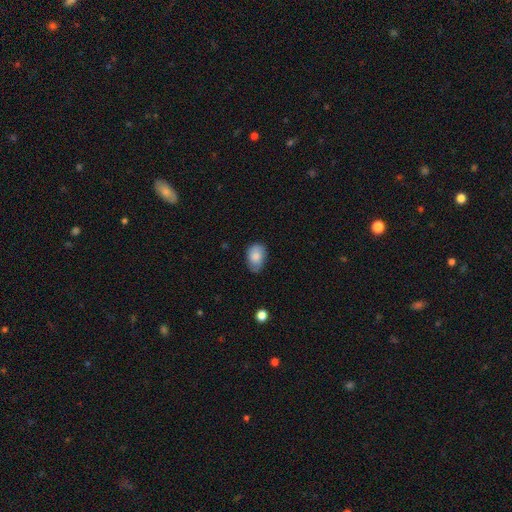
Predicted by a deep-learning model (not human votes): Smooth or featured: smooth — 83% (featured or disk — 10%)
How rounded: in between — 83% (round — 16%)
Merging: none — 71% (minor disturbance — 24%)